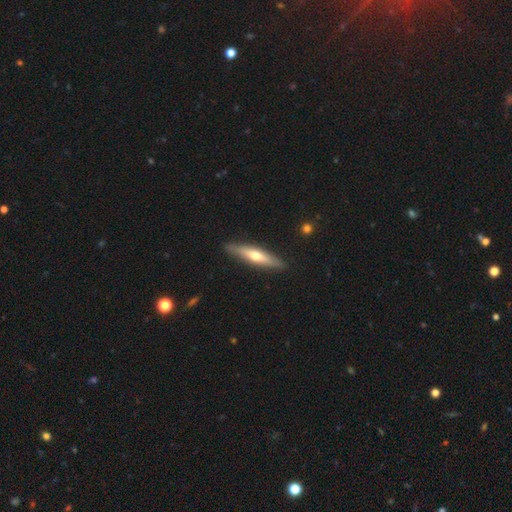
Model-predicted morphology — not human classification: A featured or disk galaxy (48%). Merging: none (88%).